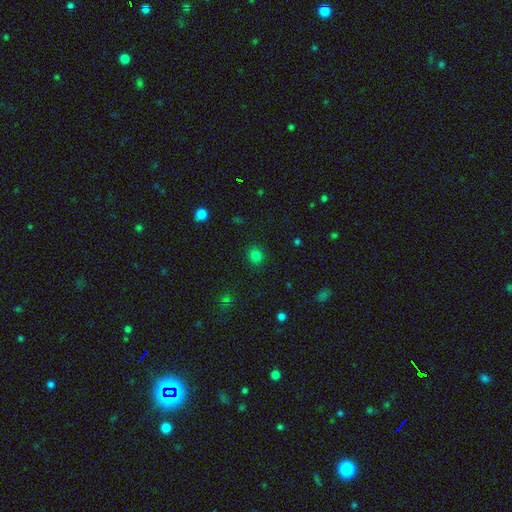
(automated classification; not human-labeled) Smooth or featured? Predicted: smooth (p=0.81). How rounded? Predicted: round (p=0.85). Merging? Predicted: none (p=0.89).